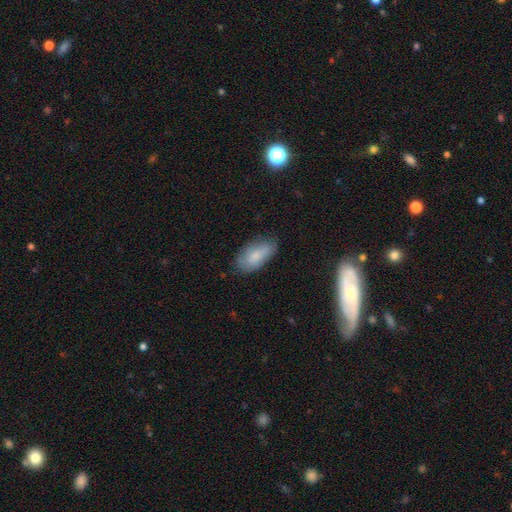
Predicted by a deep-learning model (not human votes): Overall: smooth (78%). How rounded: in between (91%). Merging: none (70%).